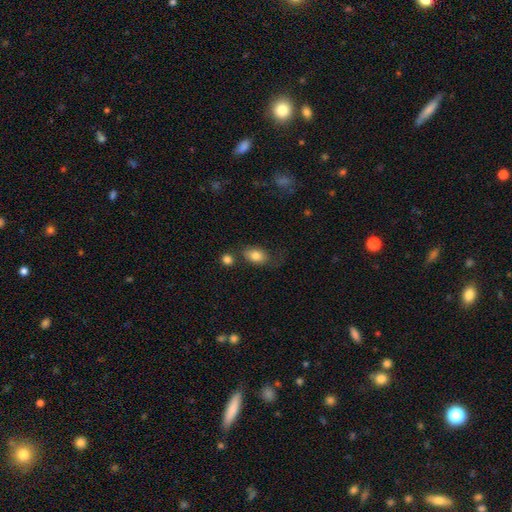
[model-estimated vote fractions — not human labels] Q: Smooth or featured?
A: smooth (81%); runner-up: featured or disk (11%)
Q: How rounded?
A: in between (82%); runner-up: round (16%)
Q: Merging?
A: none (58%); runner-up: minor disturbance (22%)